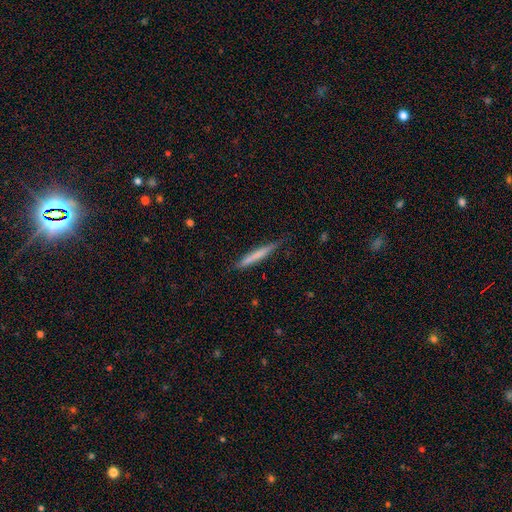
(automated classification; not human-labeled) smooth_or_featured: smooth (p=0.68) [alt: featured or disk p=0.27]
how_rounded: cigar-shaped (p=0.96) [alt: in between p=0.03]
merging: none (p=0.82) [alt: minor disturbance p=0.14]